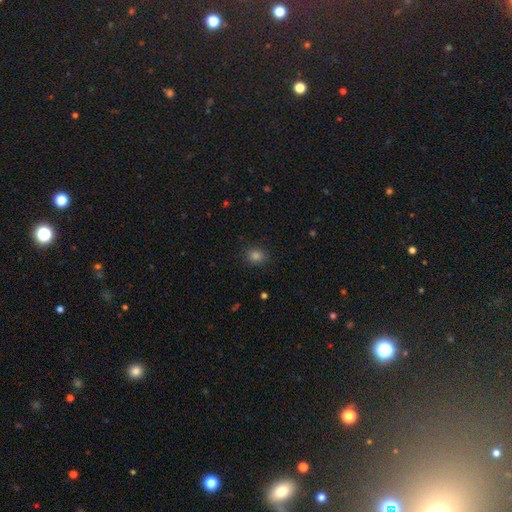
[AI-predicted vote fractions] smooth_or_featured: smooth (p=0.80) [alt: star or artifact p=0.16]
how_rounded: round (p=0.73) [alt: in between p=0.26]
merging: none (p=0.90) [alt: minor disturbance p=0.07]